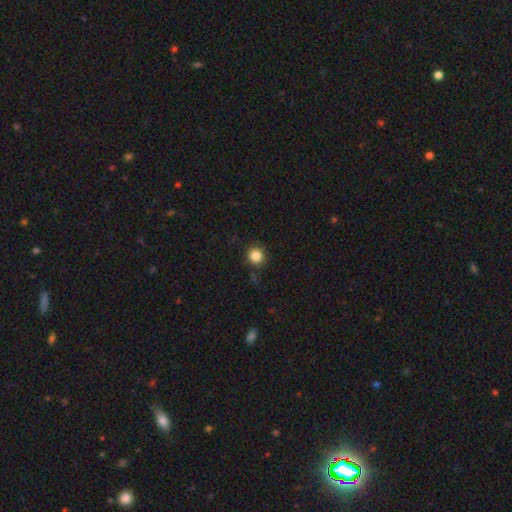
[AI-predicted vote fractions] The model was most divided on "smooth or featured": smooth: 85%, star or artifact: 11%, featured or disk: 4%. More confident: how rounded — round (93%); merging — none (87%).